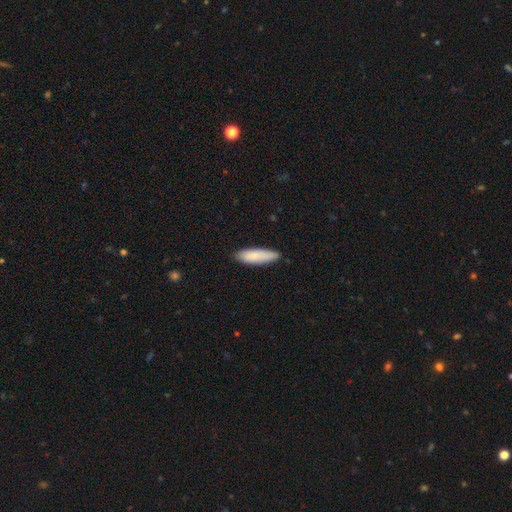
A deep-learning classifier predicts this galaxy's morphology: This appears to be a smooth galaxy with no disk features (82%) that is cigar-shaped (51%). Merging: none (83%).